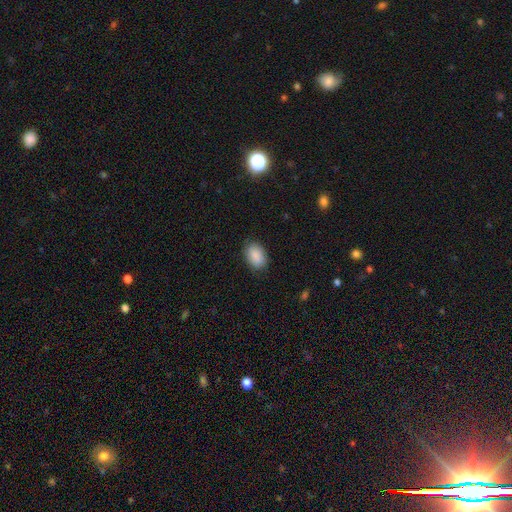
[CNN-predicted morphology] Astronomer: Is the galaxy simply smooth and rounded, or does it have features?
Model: smooth — 90%.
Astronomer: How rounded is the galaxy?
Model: in between — 88%.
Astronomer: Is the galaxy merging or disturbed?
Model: none — 83%.